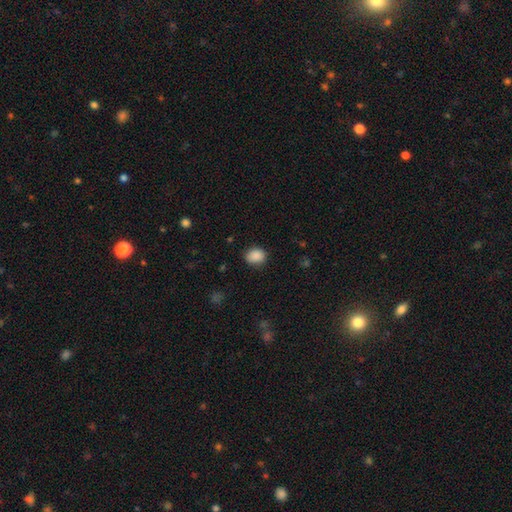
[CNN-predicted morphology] Smooth or featured? smooth (88%)
How rounded? round (55%)
Merging? none (85%)